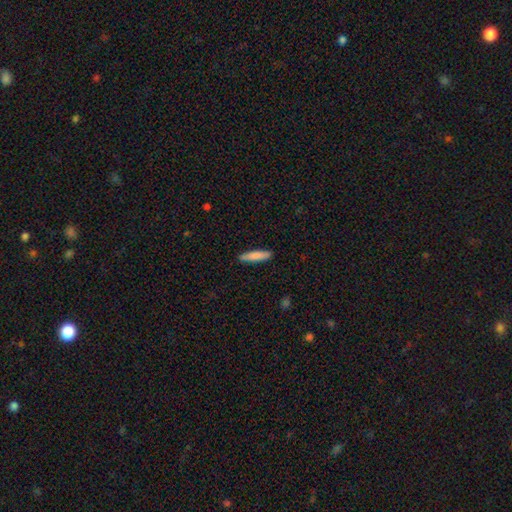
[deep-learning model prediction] This is clearly a smooth galaxy (83%). How rounded: clearly cigar-shaped (84%). Merging: clearly none (88%).